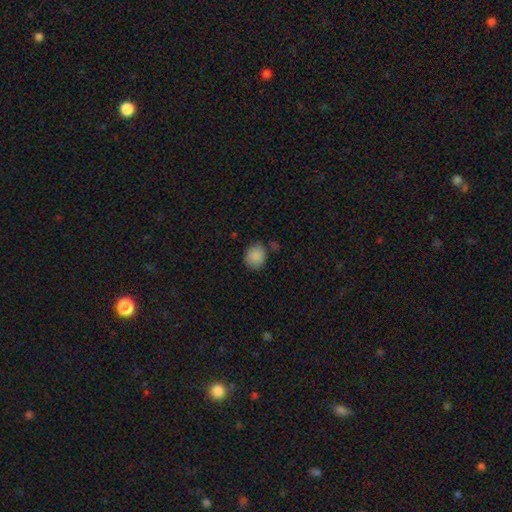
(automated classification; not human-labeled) This appears to be a smooth galaxy with no disk features (88%) that is round (72%). Merging: none (75%).